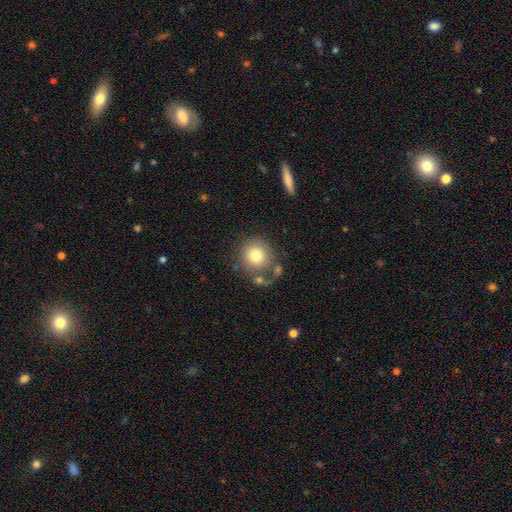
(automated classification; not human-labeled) smooth_or_featured: smooth (p=0.77) [alt: featured or disk p=0.14]
how_rounded: round (p=0.91) [alt: in between p=0.08]
merging: none (p=0.62) [alt: minor disturbance p=0.14]